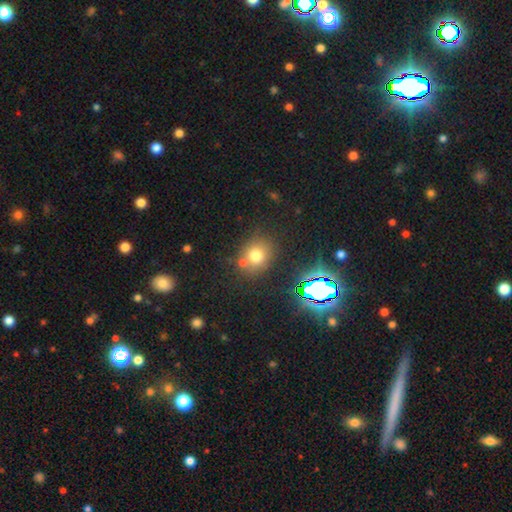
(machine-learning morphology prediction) smooth-or-featured: smooth: 70% | star or artifact: 20% | featured or disk: 10%
  how-rounded: round: 75% | in between: 24% | cigar-shaped: 1%
  merging: none: 69% | merger: 15% | minor disturbance: 12% | major disturbance: 4%